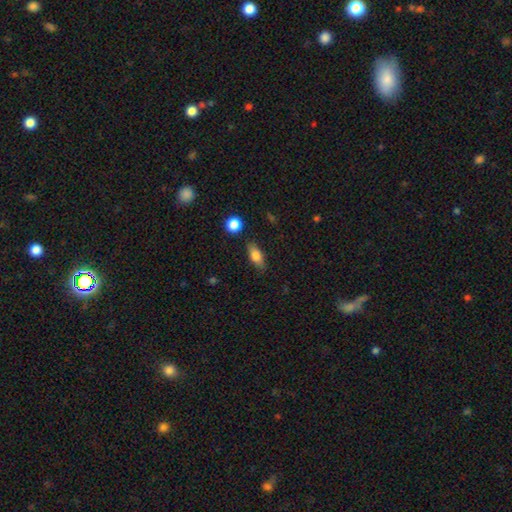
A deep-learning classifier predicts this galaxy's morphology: The model was most divided on "how rounded": in between: 74%, cigar-shaped: 20%, round: 6%. More confident: merging — none (83%); smooth or featured — smooth (75%).